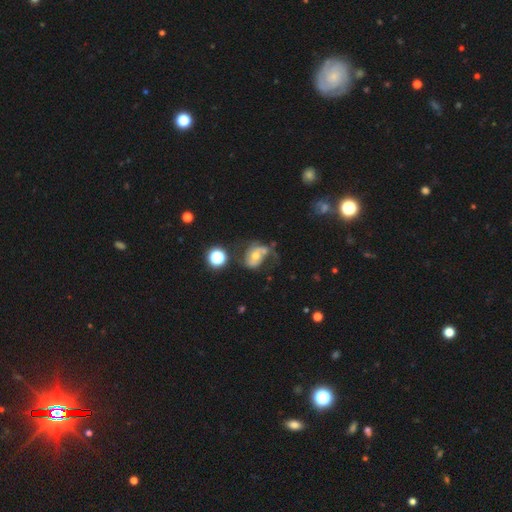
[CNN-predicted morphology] smooth_or_featured: featured or disk (p=0.62) [alt: smooth p=0.27]
disk_edge_on: no (p=0.96) [alt: yes p=0.04]
bar: no (p=0.61) [alt: weak p=0.28]
has_spiral_arms: yes (p=0.77) [alt: no p=0.23]
bulge_size: moderate (p=0.63) [alt: small p=0.28]
merging: none (p=0.35) [alt: major disturbance p=0.30]